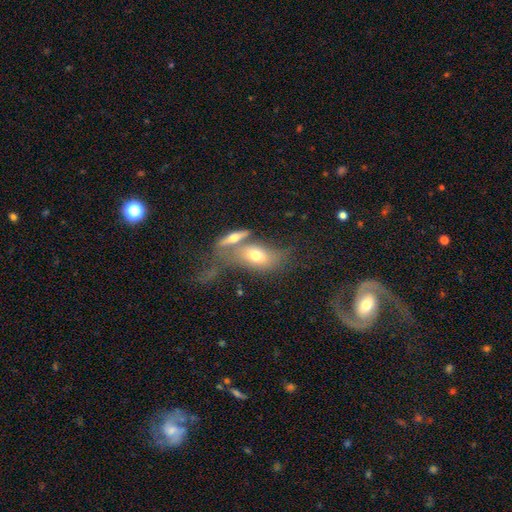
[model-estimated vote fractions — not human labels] Smooth or featured? Predicted: smooth (p=0.59). How rounded? Predicted: in between (p=0.82). Merging? Predicted: merger (p=0.46).